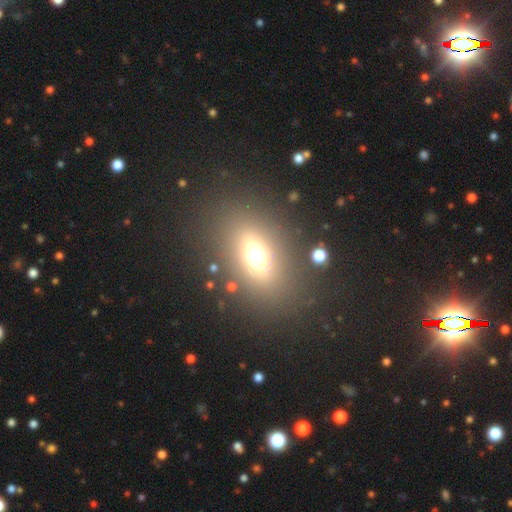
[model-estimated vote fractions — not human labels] A smooth galaxy with no disk features (58%) that is in between round and cigar-shaped (69%). Merging: none (82%).